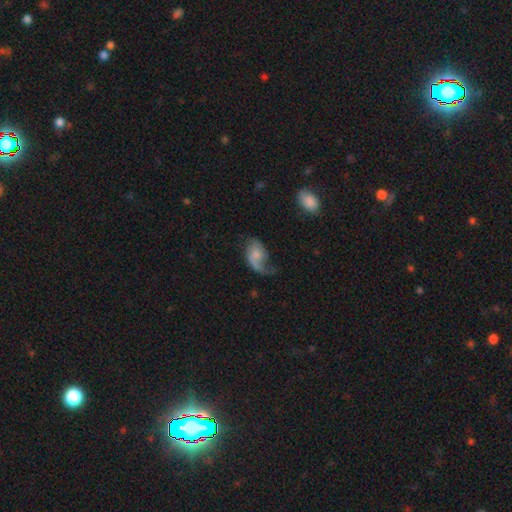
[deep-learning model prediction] smooth_or_featured: featured or disk (p=0.63) [alt: smooth p=0.29]
disk_edge_on: no (p=0.97) [alt: yes p=0.03]
bar: no (p=0.67) [alt: weak p=0.28]
has_spiral_arms: yes (p=0.87) [alt: no p=0.13]
spiral_winding: loose (p=0.66) [alt: medium p=0.26]
spiral_arm_count: 2 (p=0.47) [alt: 1 p=0.46]
bulge_size: small (p=0.46) [alt: moderate p=0.32]
merging: none (p=0.36) [tied with: major disturbance p=0.36]